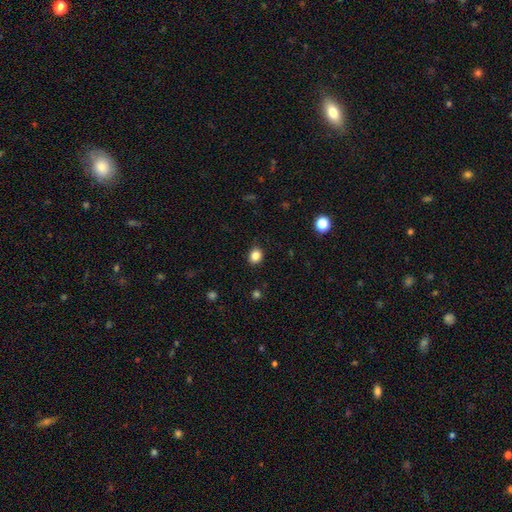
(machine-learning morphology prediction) This is clearly a smooth galaxy (84%). How rounded: likely round (67%). Merging: clearly none (89%).